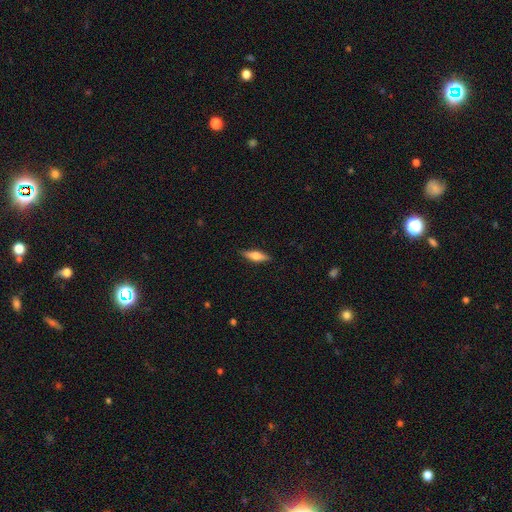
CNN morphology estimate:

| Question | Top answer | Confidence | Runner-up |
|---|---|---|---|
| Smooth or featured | smooth | 56% | featured or disk (37%) |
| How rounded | cigar-shaped | 56% | in between (42%) |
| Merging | none | 87% | minor disturbance (10%) |